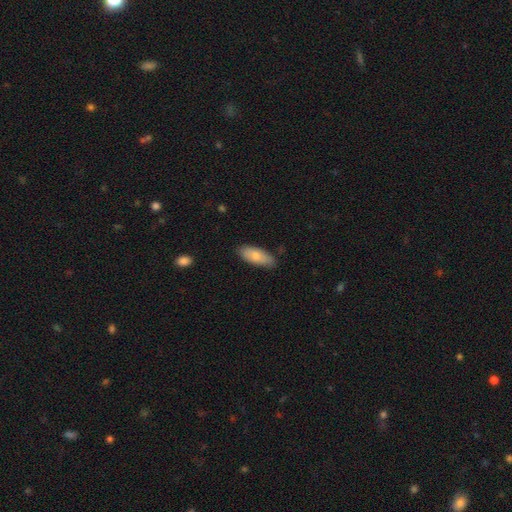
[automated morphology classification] Smooth or featured: smooth — 79% (featured or disk — 15%)
How rounded: in between — 82% (cigar-shaped — 16%)
Merging: none — 81% (minor disturbance — 15%)